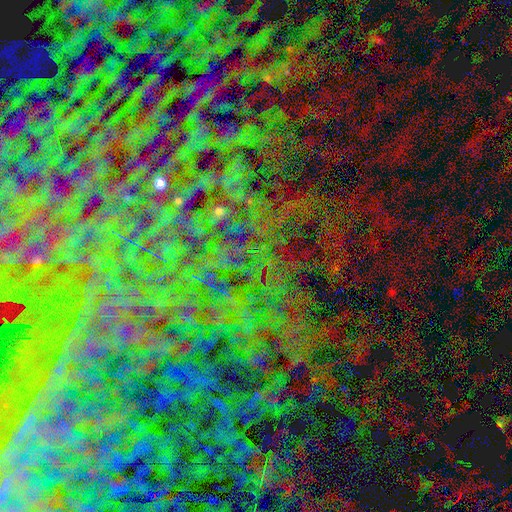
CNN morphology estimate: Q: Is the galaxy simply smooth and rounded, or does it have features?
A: star or artifact — 83%.